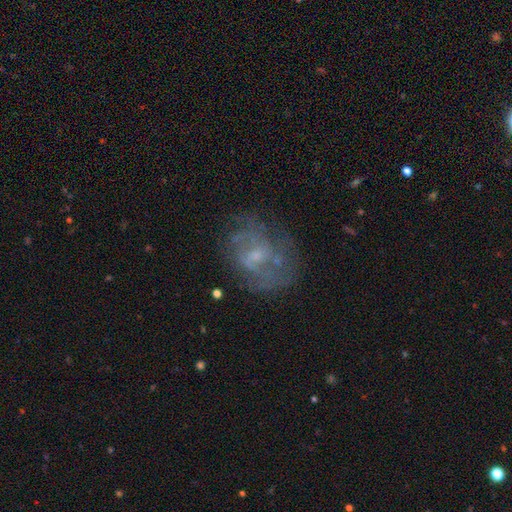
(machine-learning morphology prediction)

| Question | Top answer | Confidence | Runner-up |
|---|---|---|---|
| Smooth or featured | featured or disk | 64% | smooth (24%) |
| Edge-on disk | no | 97% | yes (3%) |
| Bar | no | 58% | weak (36%) |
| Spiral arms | yes | 59% | no (41%) |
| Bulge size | small | 57% | moderate (27%) |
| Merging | none | 60% | minor disturbance (20%) |